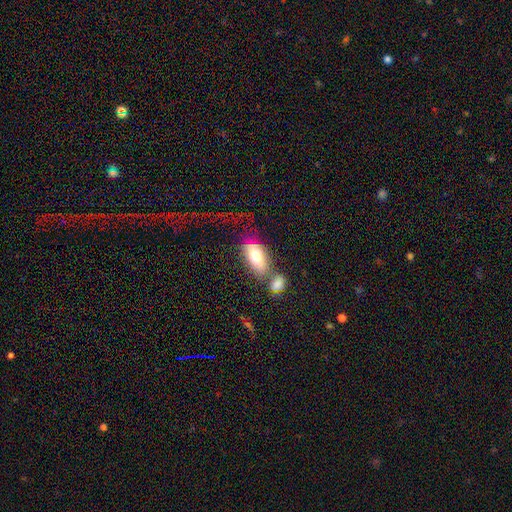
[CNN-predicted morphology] smooth 71%, featured or disk 20%, star or artifact 8%. Down the decision tree: how rounded — in between (89%); merging — none (44%).